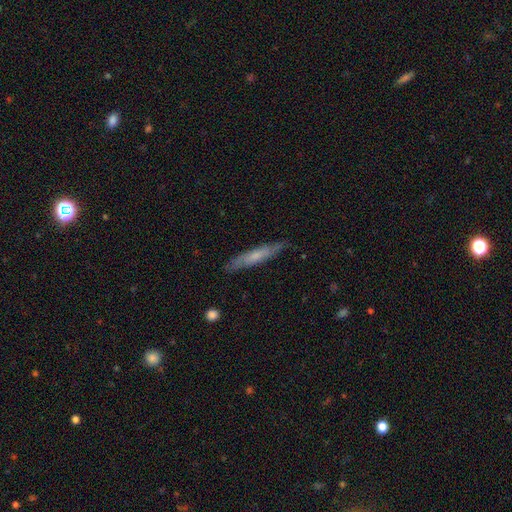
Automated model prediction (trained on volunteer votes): The model was most divided on "smooth or featured": smooth: 51%, featured or disk: 43%, star or artifact: 6%. More confident: how rounded — cigar-shaped (90%); merging — none (82%).